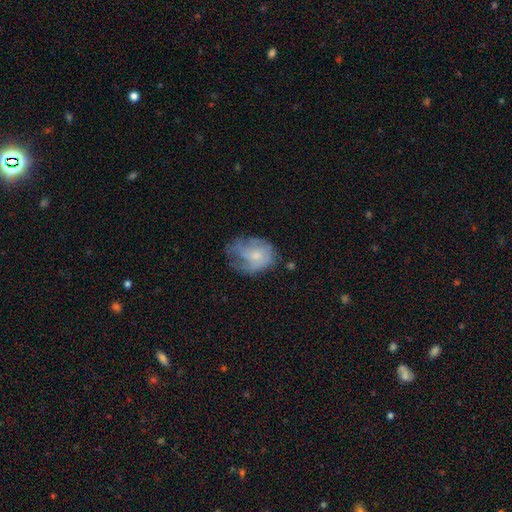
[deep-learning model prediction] The model was most divided on "smooth or featured": featured or disk: 48%, smooth: 44%, star or artifact: 9%. Remaining: merging — none (41%).